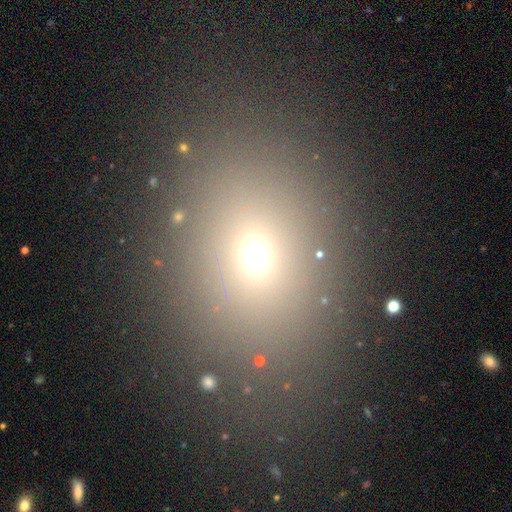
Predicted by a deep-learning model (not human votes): A smooth galaxy with no disk features (65%) that is in between round and cigar-shaped (52%). Merging: none (81%).